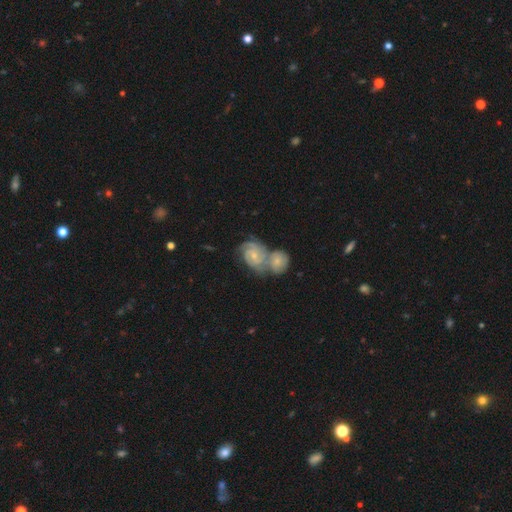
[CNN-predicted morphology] The model was most divided on "spiral arm count": 3: 33%, 2: 32%, can't tell: 20%, 4: 7%, 1: 5%, more than 4: 4%. More confident: edge-on disk — no (97%); spiral arms — yes (96%); smooth or featured — featured or disk (81%); spiral winding — tight (65%); merging — merger (60%); bar — no (59%); bulge size — small (57%).